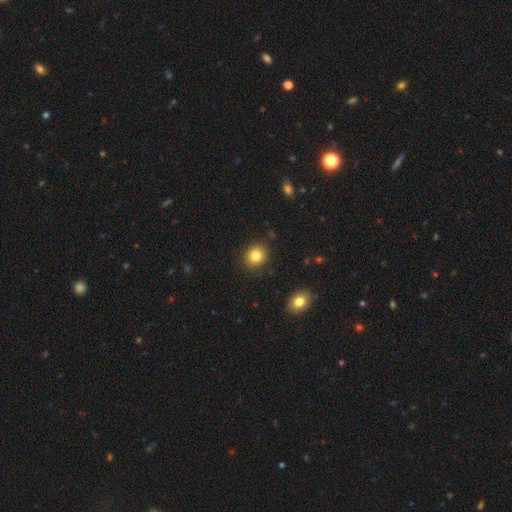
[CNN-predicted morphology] The model was most divided on "how rounded": round: 73%, in between: 26%, cigar-shaped: 1%. More confident: merging — none (89%); smooth or featured — smooth (82%).